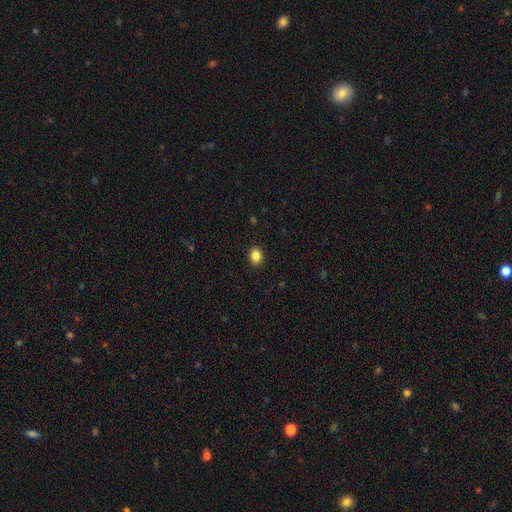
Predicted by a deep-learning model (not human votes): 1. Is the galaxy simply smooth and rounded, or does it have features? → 86% smooth, 10% star or artifact, 4% featured or disk.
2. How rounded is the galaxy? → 54% in between, 45% round, 1% cigar-shaped.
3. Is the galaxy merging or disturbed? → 91% none, 7% minor disturbance, 2% major disturbance, 1% merger.